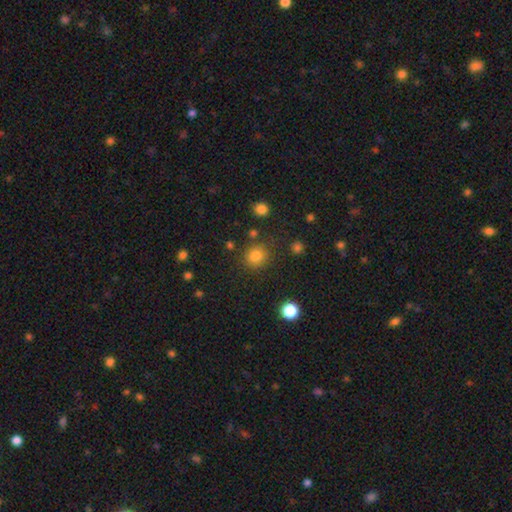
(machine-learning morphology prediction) Overall: smooth (81%). How rounded: round (87%). Merging: none (85%).